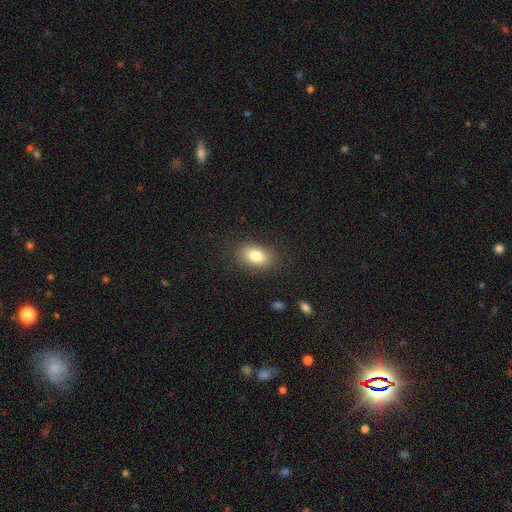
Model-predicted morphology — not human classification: Smooth or featured? Predicted: smooth (p=0.81). How rounded? Predicted: in between (p=0.84). Merging? Predicted: none (p=0.86).